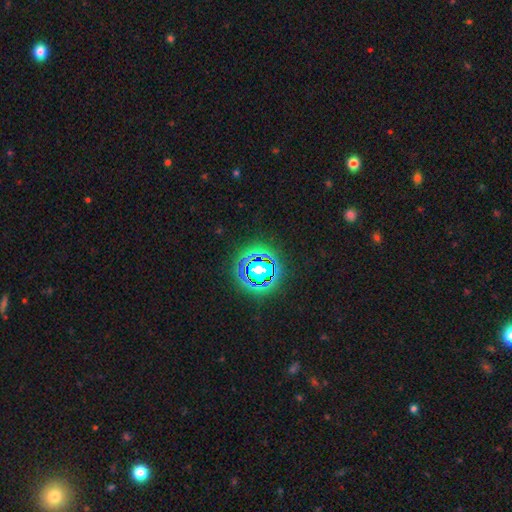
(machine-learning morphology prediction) smooth-or-featured: star or artifact: 77% | smooth: 14% | featured or disk: 9%